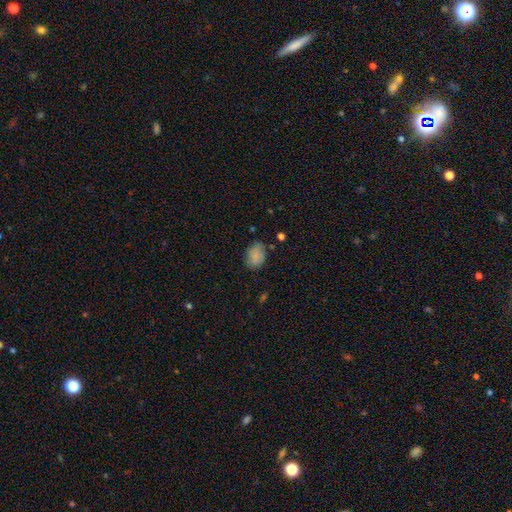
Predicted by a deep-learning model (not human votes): Smooth or featured? Predicted: smooth (p=0.85). How rounded? Predicted: in between (p=0.75). Merging? Predicted: none (p=0.72).